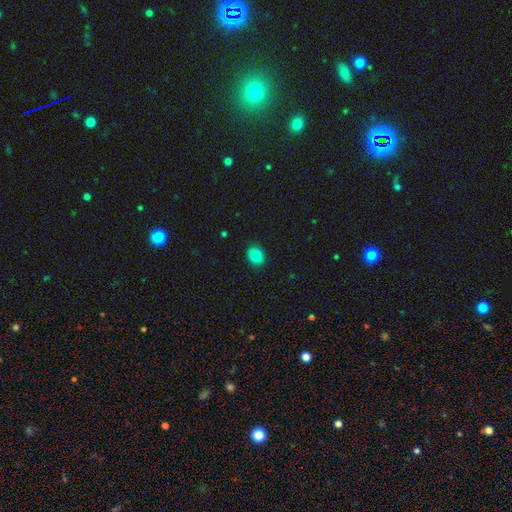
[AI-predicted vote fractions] Morphology: type=smooth (84%); roundness=round (55%); merging=none (89%).